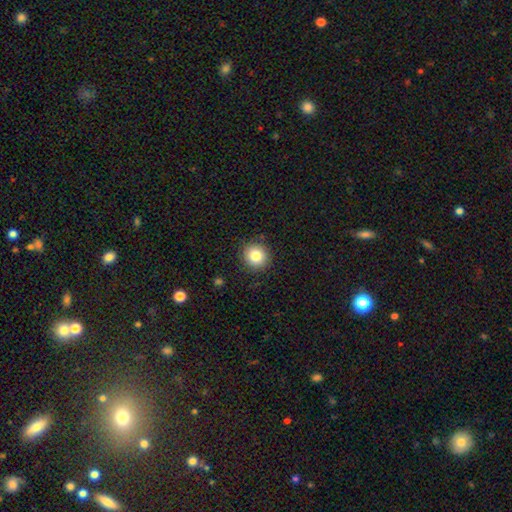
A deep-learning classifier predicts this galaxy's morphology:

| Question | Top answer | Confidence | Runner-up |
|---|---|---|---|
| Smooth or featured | smooth | 82% | star or artifact (10%) |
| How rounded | round | 92% | in between (7%) |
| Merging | none | 89% | minor disturbance (7%) |